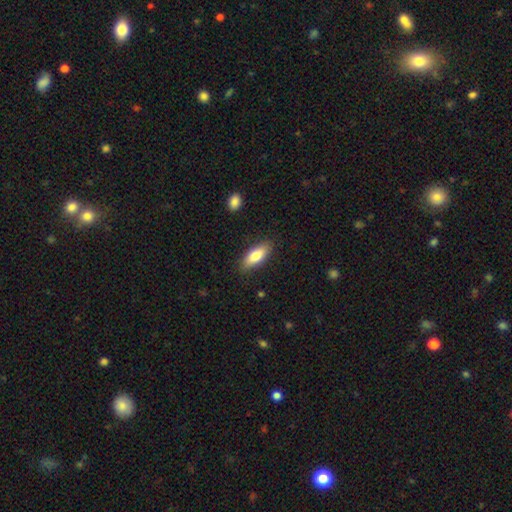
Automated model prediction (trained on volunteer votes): This is likely a smooth galaxy (79%). How rounded: likely in between (74%). Merging: clearly none (85%).